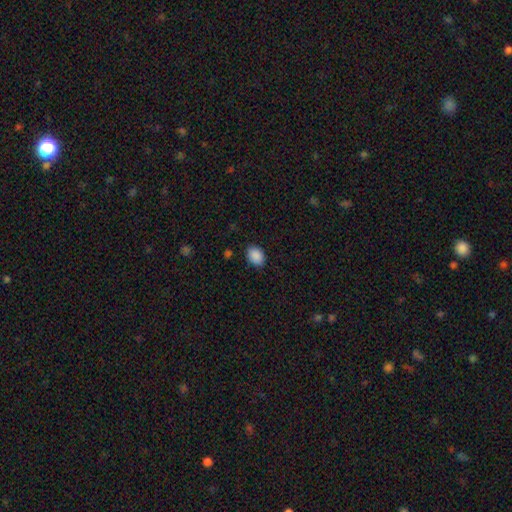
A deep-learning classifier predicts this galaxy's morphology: Smooth or featured? smooth (89%)
How rounded? in between (67%)
Merging? none (84%)